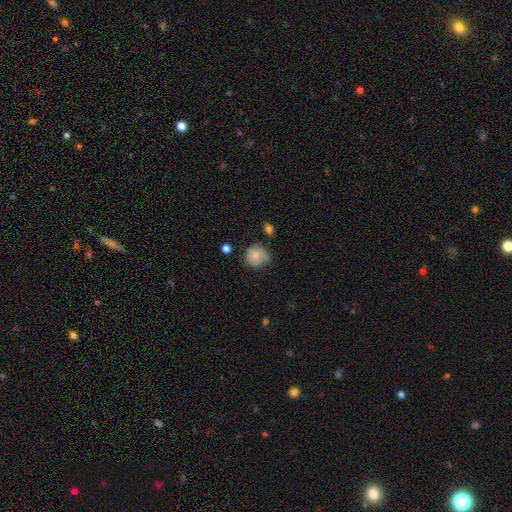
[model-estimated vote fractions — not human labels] This is likely a smooth galaxy (77%). How rounded: clearly round (82%). Merging: possibly none (54%).